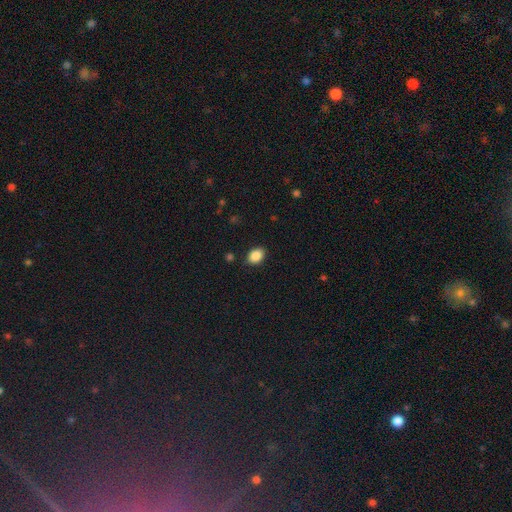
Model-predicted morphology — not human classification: Smooth or featured? Predicted: smooth (p=0.88). How rounded? Predicted: in between (p=0.76). Merging? Predicted: none (p=0.87).